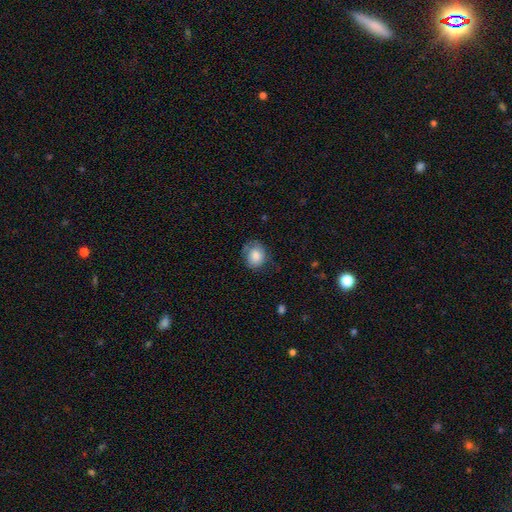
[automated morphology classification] smooth-or-featured: smooth: 77% | featured or disk: 16% | star or artifact: 8%
  how-rounded: round: 56% | in between: 43% | cigar-shaped: 1%
  merging: none: 59% | minor disturbance: 28% | major disturbance: 11% | merger: 2%